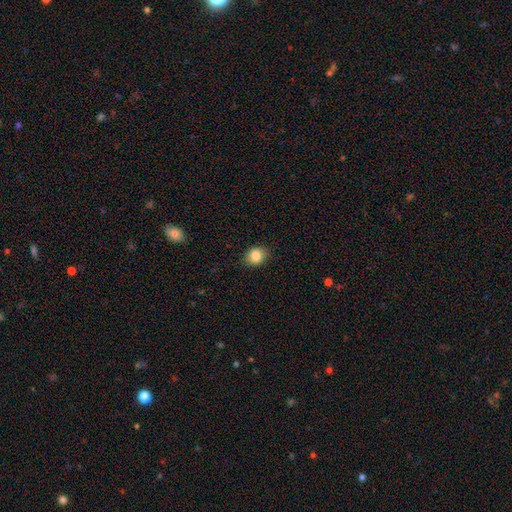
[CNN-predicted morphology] Smooth or featured? smooth (85%)
How rounded? round (51%)
Merging? none (85%)